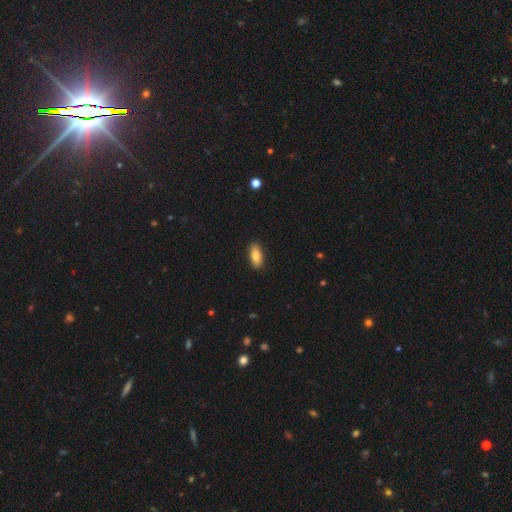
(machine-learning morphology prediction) This appears to be a smooth galaxy with no disk features (85%) that is in between round and cigar-shaped (82%). Merging: none (89%).